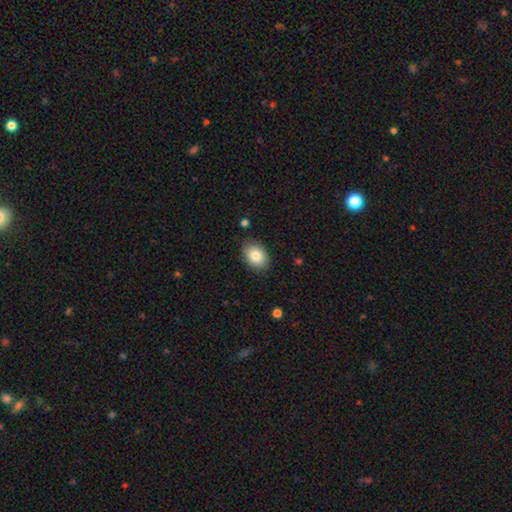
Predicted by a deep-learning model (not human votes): Smooth or featured: smooth — 84% (featured or disk — 9%)
How rounded: in between — 78% (round — 21%)
Merging: none — 82% (minor disturbance — 14%)